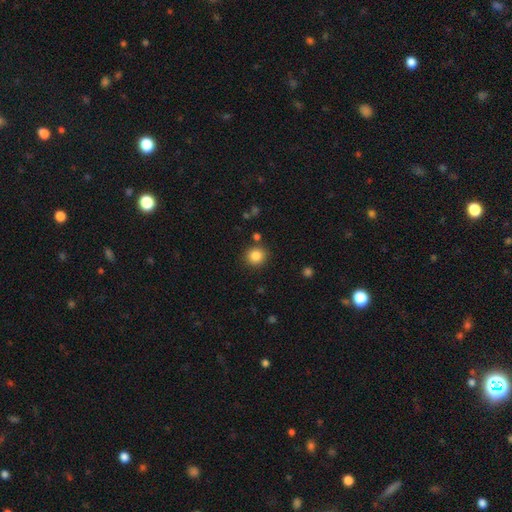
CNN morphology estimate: A smooth galaxy with no disk features (85%) that is round (89%).

Vote fractions:
- Smooth or featured? smooth: 85% / star or artifact: 11% / featured or disk: 5%
- How rounded? round: 89% / in between: 10% / cigar-shaped: 1%
- Merging? none: 85% / minor disturbance: 8% / merger: 4% / major disturbance: 3%